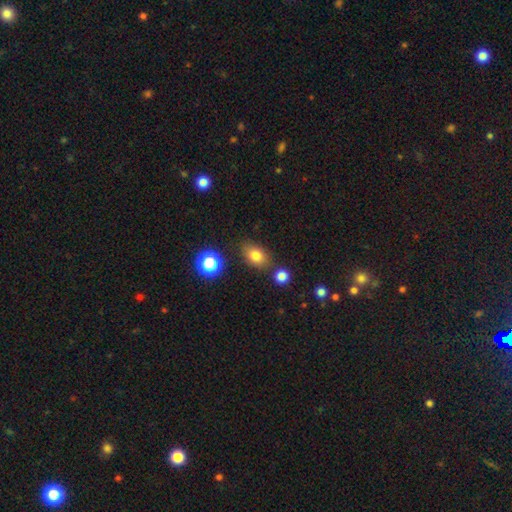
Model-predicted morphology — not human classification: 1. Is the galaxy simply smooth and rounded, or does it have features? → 79% smooth, 12% star or artifact, 9% featured or disk.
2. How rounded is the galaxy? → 75% in between, 24% round, 1% cigar-shaped.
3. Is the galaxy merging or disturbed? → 76% none, 13% minor disturbance, 7% merger, 4% major disturbance.